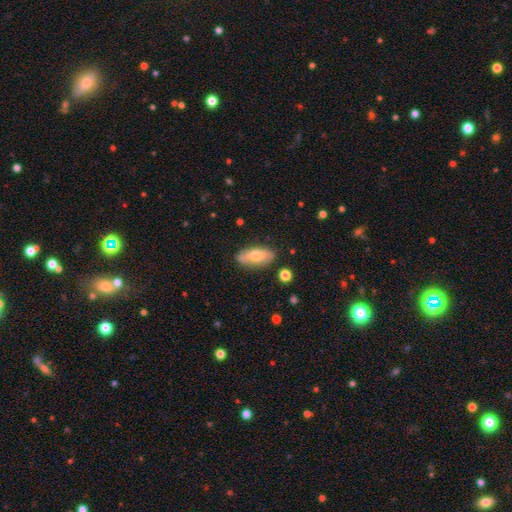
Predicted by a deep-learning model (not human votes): This is likely a smooth galaxy (66%). How rounded: clearly in between (84%). Merging: likely none (78%).